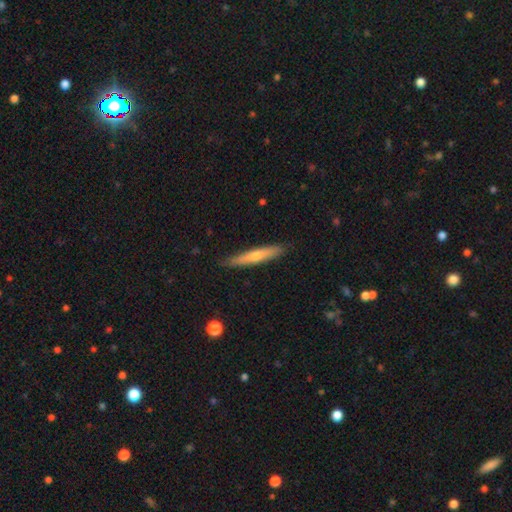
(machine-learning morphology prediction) smooth 56%, featured or disk 39%, star or artifact 5%. Down the decision tree: how rounded — cigar-shaped (92%); merging — none (86%).